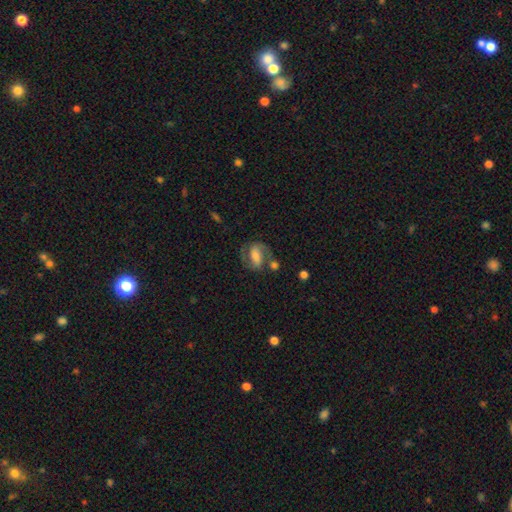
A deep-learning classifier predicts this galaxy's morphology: This is likely a featured or disk galaxy (64%). It is clearly not viewed edge-on (95%). Bar: marginally strong (42%). Spiral arm pattern: clearly yes (86%). Spiral arm count: clearly 2 (86%). Spiral winding: possibly medium (52%). Central bulge: marginally moderate (42%). Merging: possibly none (57%).